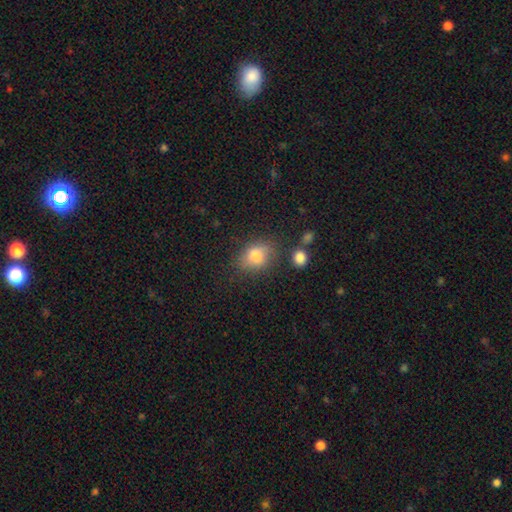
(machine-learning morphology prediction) Smooth or featured?
  - smooth: 77% *
  - featured or disk: 12%
  - star or artifact: 11%
How rounded?
  - in between: 60% *
  - round: 38%
  - cigar-shaped: 2%
Merging?
  - none: 72% *
  - minor disturbance: 18%
  - major disturbance: 5%
  - merger: 5%